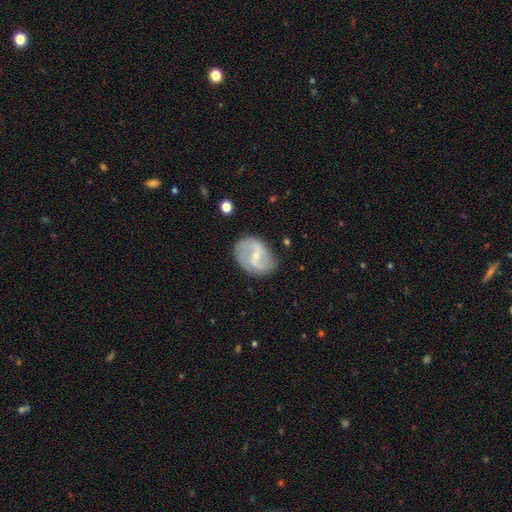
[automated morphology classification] The model was most divided on "spiral winding" (2-way tie): medium: 42%, loose: 42%, tight: 16%. More confident: edge-on disk — no (97%); spiral arms — yes (88%); spiral arm count — 2 (83%); smooth or featured — featured or disk (76%); merging — none (72%); bulge size — small (66%); bar — weak (55%).